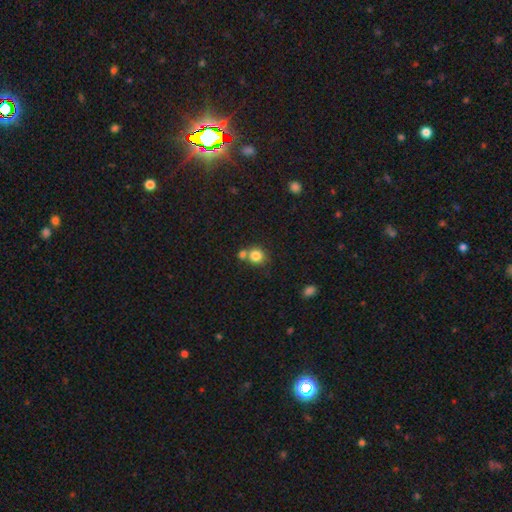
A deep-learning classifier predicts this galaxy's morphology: A smooth galaxy with no disk features (82%) that is round (86%). Merging: none (54%).